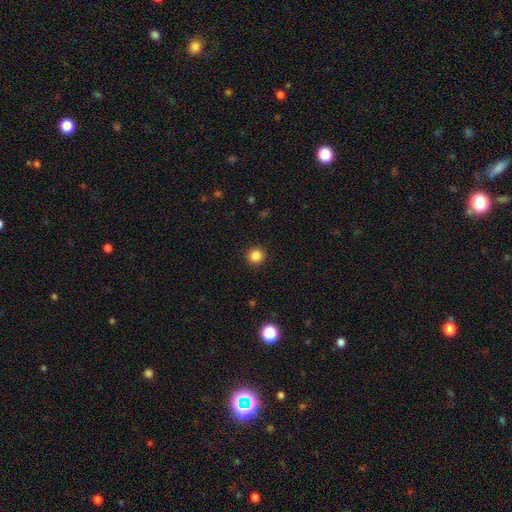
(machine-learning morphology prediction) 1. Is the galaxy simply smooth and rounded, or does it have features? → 84% smooth, 12% star or artifact, 4% featured or disk.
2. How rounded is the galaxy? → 95% round, 4% in between, 1% cigar-shaped.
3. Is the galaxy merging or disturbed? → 93% none, 5% minor disturbance, 2% major disturbance, 1% merger.